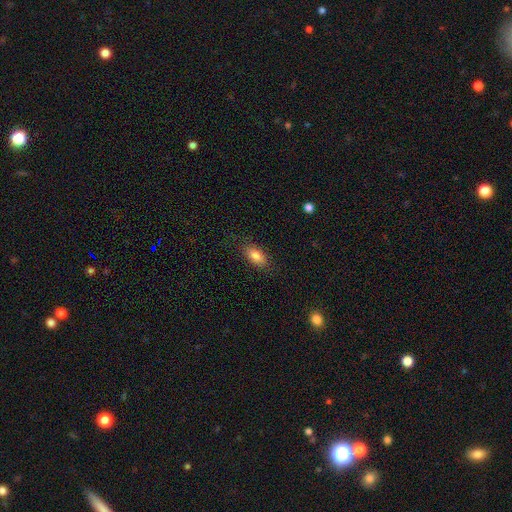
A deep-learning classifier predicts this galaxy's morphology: A smooth galaxy with no disk features (84%) that is in between round and cigar-shaped (89%). Merging: none (84%).